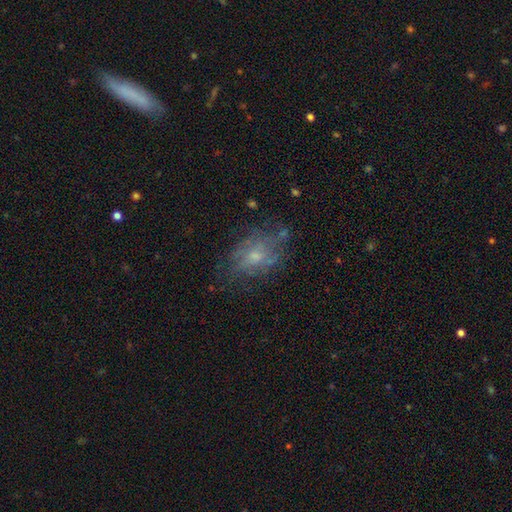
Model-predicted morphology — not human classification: This appears to be a featured or disk galaxy (50%). Merging: none (57%).